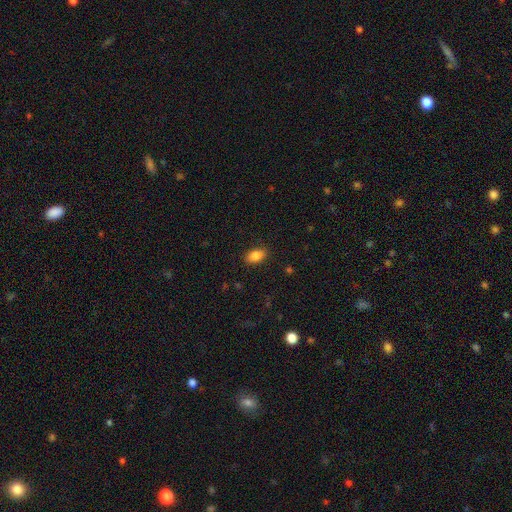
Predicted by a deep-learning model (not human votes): Q: Smooth or featured?
A: smooth (85%); runner-up: star or artifact (8%)
Q: How rounded?
A: in between (90%); runner-up: round (7%)
Q: Merging?
A: none (88%); runner-up: minor disturbance (9%)